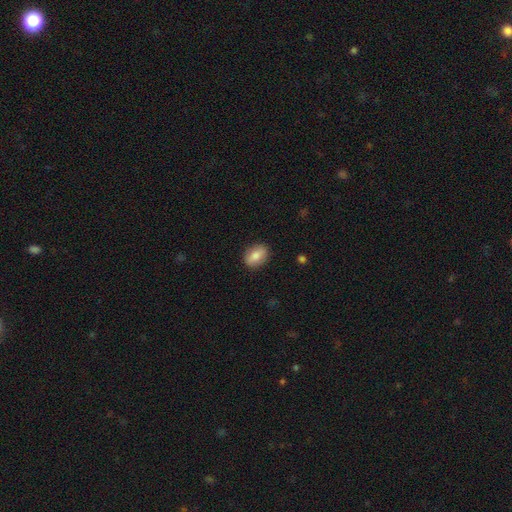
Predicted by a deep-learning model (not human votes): Smooth or featured? Predicted: smooth (p=0.81). How rounded? Predicted: in between (p=0.78). Merging? Predicted: none (p=0.87).